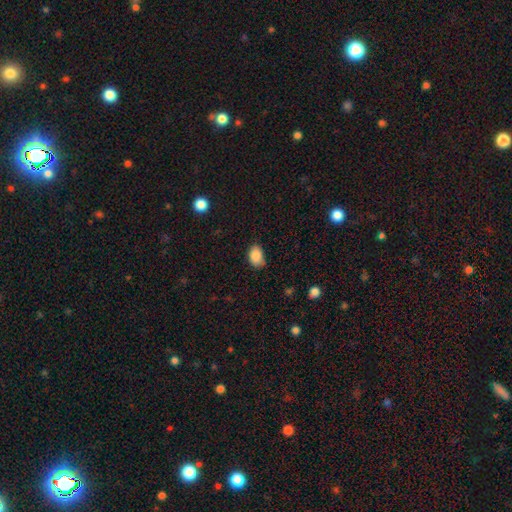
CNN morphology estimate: Smooth or featured: smooth — 87% (star or artifact — 9%)
How rounded: in between — 82% (round — 17%)
Merging: none — 68% (minor disturbance — 26%)